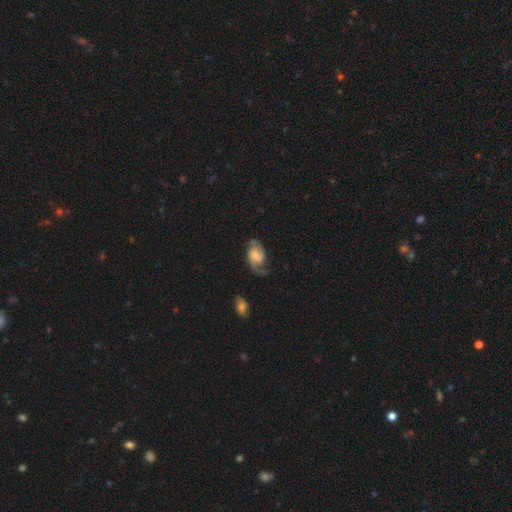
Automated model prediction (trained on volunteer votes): Morphology: type=featured or disk (77%); edge-on=no (97%); bar=no (61%); spiral arms=yes (95%); winding=medium (47%); arm count=2 (85%); bulge=moderate (46%); merging=none (64%).